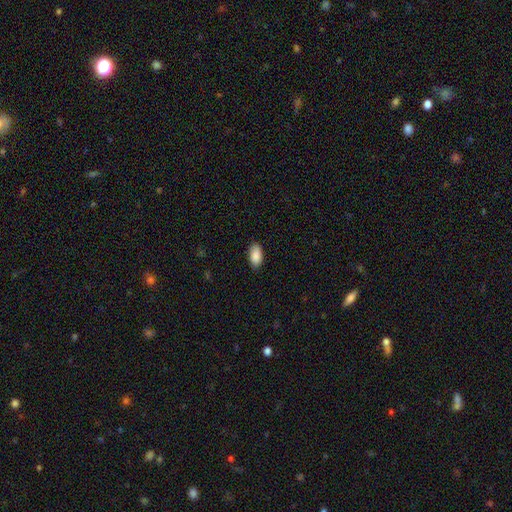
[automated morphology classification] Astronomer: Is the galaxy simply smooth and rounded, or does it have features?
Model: smooth — 89%.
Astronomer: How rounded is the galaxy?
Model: in between — 94%.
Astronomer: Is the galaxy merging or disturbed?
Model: none — 85%.